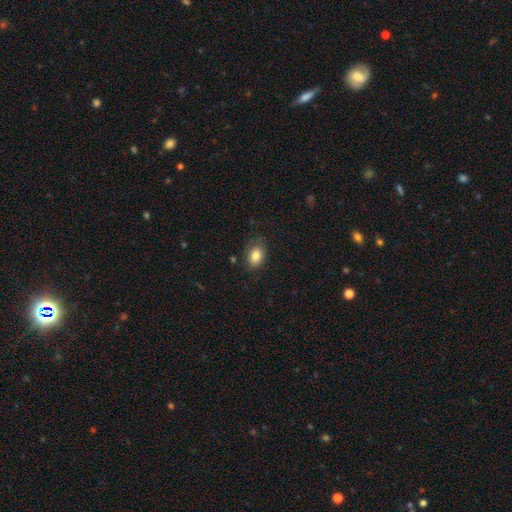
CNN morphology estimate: Q: Smooth or featured?
A: smooth (82%); runner-up: featured or disk (9%)
Q: How rounded?
A: in between (80%); runner-up: round (19%)
Q: Merging?
A: none (77%); runner-up: minor disturbance (18%)